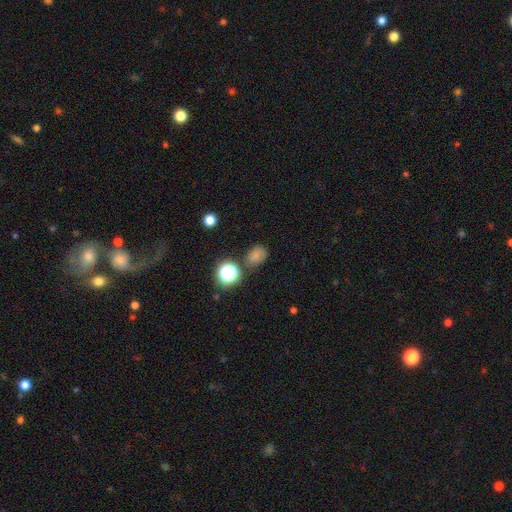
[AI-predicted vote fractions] smooth-or-featured: smooth: 64% | star or artifact: 23% | featured or disk: 13%
  how-rounded: in between: 56% | round: 43% | cigar-shaped: 1%
  merging: none: 70% | minor disturbance: 18% | merger: 6% | major disturbance: 6%